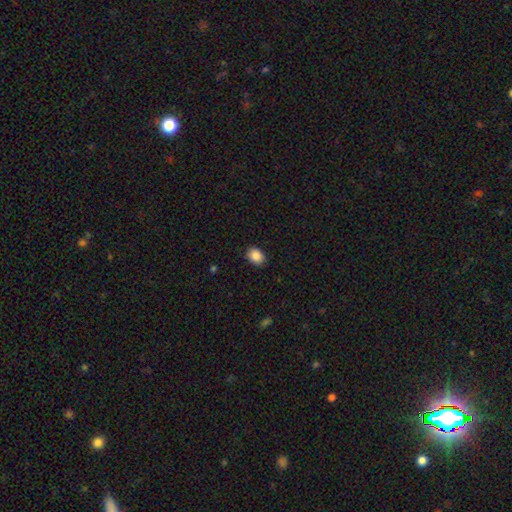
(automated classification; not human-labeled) Morphology: type=smooth (87%); roundness=in between (66%); merging=none (87%).